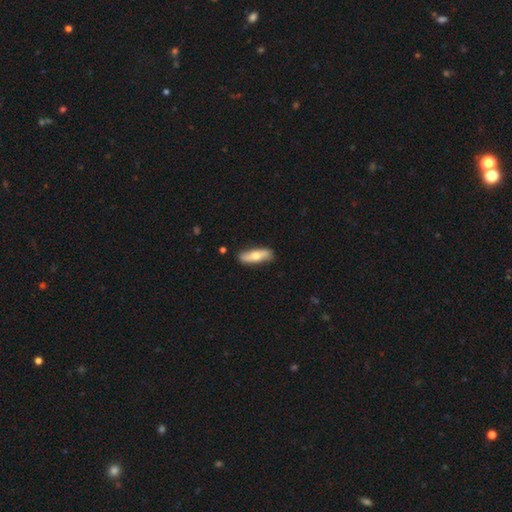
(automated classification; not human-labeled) A smooth galaxy with no disk features (59%) that is cigar-shaped (54%). Merging: none (83%).